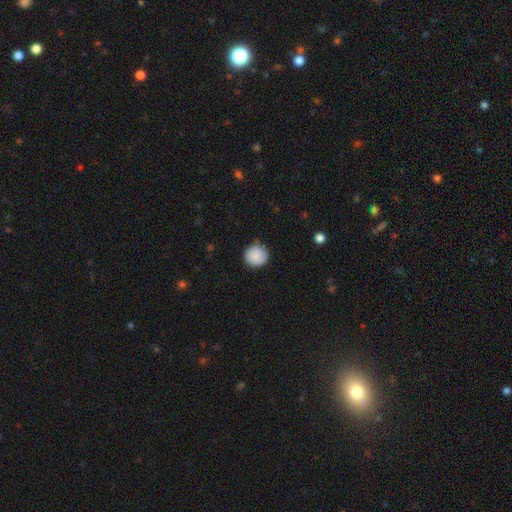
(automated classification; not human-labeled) Smooth or featured?
  - smooth: 85% *
  - featured or disk: 8%
  - star or artifact: 7%
How rounded?
  - round: 91% *
  - in between: 8%
  - cigar-shaped: 1%
Merging?
  - none: 81% *
  - minor disturbance: 15%
  - major disturbance: 3%
  - merger: 1%